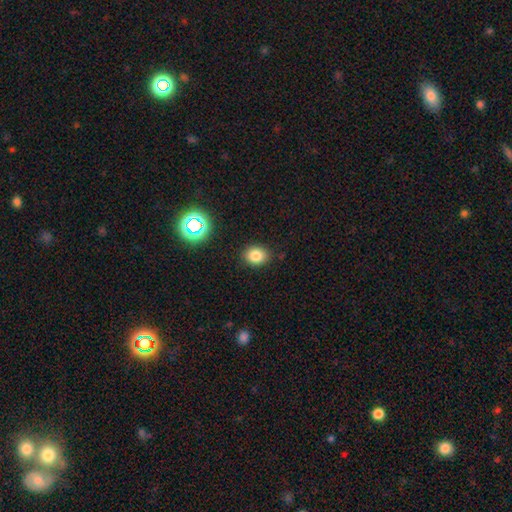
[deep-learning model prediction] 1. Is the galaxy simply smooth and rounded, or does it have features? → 80% smooth, 14% star or artifact, 7% featured or disk.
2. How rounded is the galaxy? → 52% round, 47% in between, 1% cigar-shaped.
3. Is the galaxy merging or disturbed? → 87% none, 9% minor disturbance, 3% major disturbance, 1% merger.